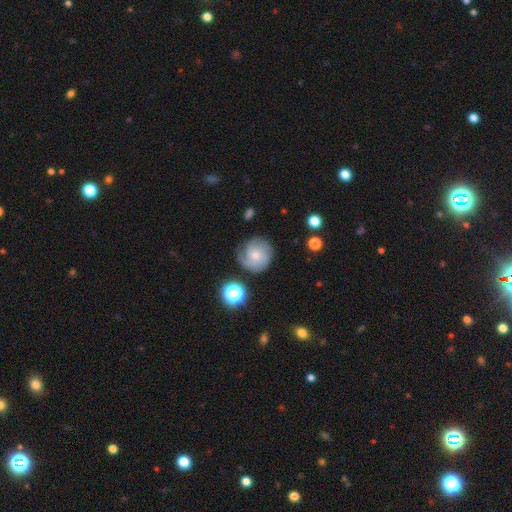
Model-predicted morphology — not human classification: featured or disk 59%, smooth 31%, star or artifact 10%. Down the decision tree: edge-on disk — no (98%); bar — no (78%); spiral arms — yes (90%); spiral arm count — can't tell (34%); spiral winding — tight (53%); bulge size — small (49%); merging — none (71%).